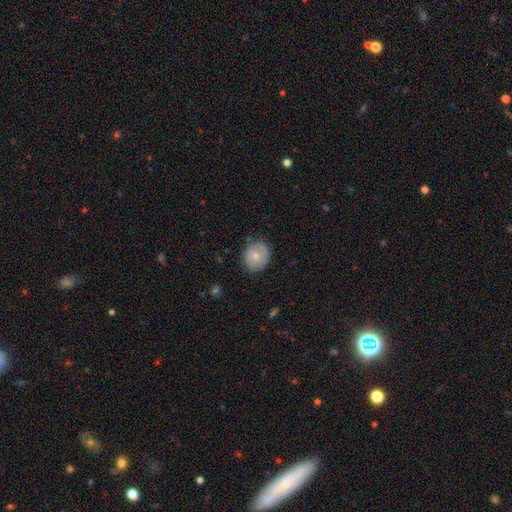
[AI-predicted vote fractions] Q: Smooth or featured?
A: smooth (61%); runner-up: featured or disk (32%)
Q: How rounded?
A: round (70%); runner-up: in between (29%)
Q: Merging?
A: none (78%); runner-up: minor disturbance (17%)